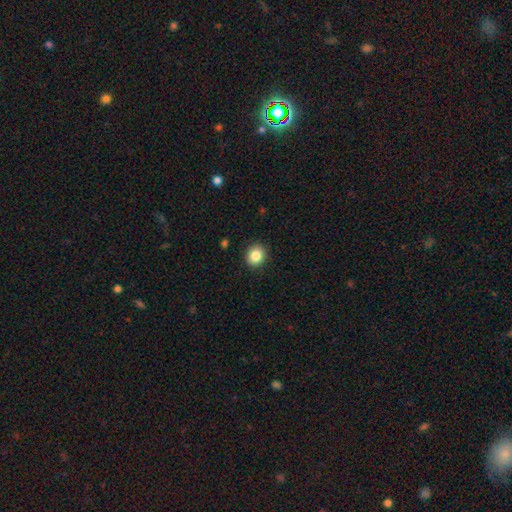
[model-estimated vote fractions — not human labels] smooth 85%, star or artifact 10%, featured or disk 5%. Down the decision tree: how rounded — round (79%); merging — none (91%).